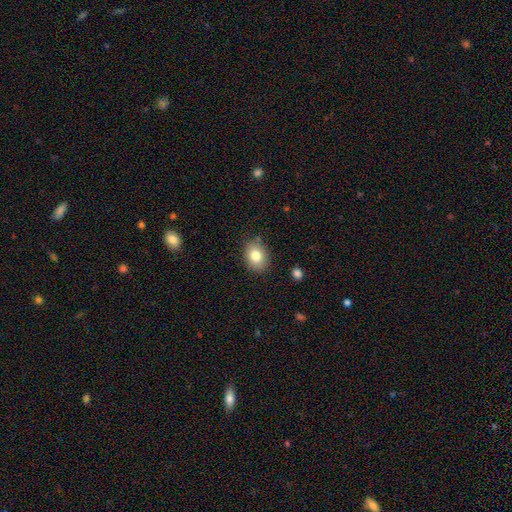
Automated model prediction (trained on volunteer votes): Q: Smooth or featured?
A: smooth (81%); runner-up: featured or disk (10%)
Q: How rounded?
A: in between (63%); runner-up: round (36%)
Q: Merging?
A: none (84%); runner-up: minor disturbance (12%)